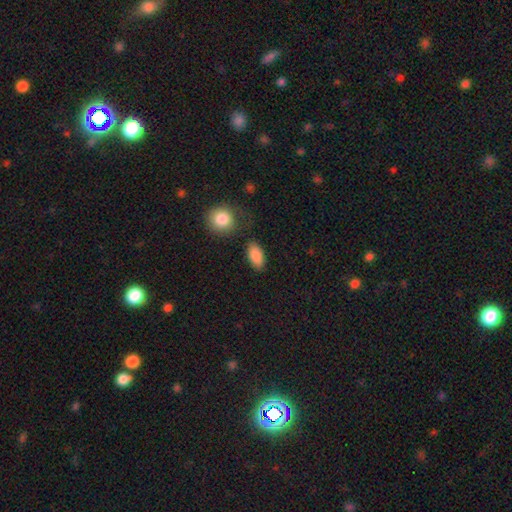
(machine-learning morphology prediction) The model was most divided on "merging": none: 78%, minor disturbance: 12%, merger: 6%, major disturbance: 4%. More confident: how rounded — in between (92%); smooth or featured — smooth (88%).